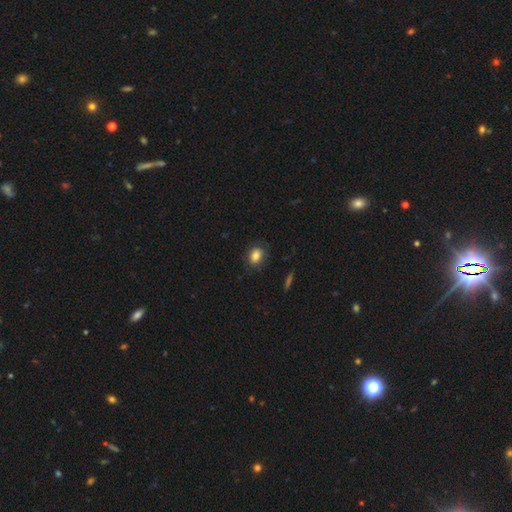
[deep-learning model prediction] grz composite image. It shows a smooth galaxy with no disk features (84%) that is in between round and cigar-shaped (69%). Merging: none (80%).